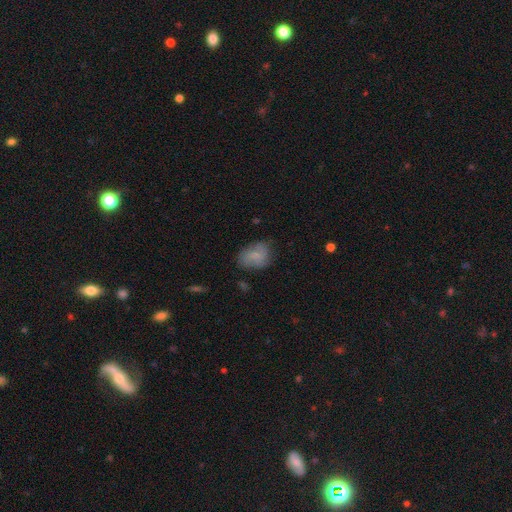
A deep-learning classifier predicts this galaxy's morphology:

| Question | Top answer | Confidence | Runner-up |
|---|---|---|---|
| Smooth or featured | smooth | 68% | featured or disk (24%) |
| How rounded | in between | 74% | round (24%) |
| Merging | none | 64% | minor disturbance (25%) |